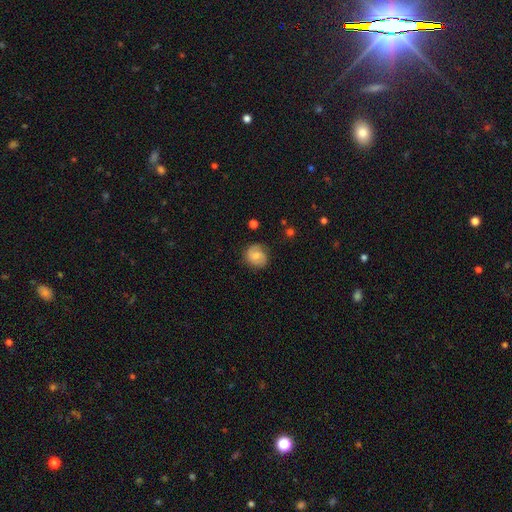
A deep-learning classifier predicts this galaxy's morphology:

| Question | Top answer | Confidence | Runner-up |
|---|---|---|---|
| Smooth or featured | featured or disk | 48% | smooth (44%) |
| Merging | none | 76% | minor disturbance (17%) |